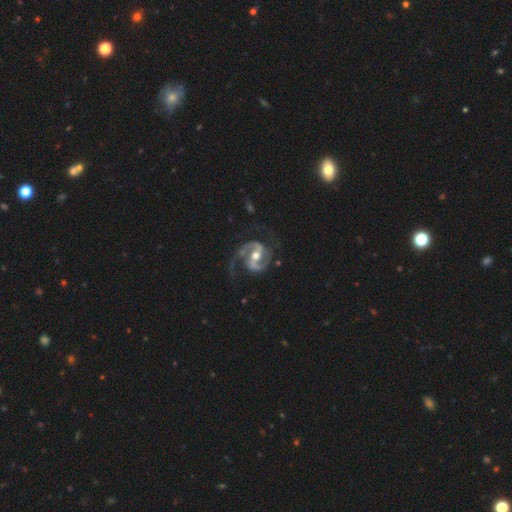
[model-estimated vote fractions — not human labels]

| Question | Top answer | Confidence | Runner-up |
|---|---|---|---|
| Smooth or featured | featured or disk | 93% | star or artifact (4%) |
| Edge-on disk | no | 98% | yes (2%) |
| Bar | strong | 45% | weak (37%) |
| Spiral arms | yes | 98% | no (2%) |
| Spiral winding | medium | 61% | loose (21%) |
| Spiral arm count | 2 | 93% | 1 (2%) |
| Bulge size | moderate | 75% | small (17%) |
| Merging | none | 70% | minor disturbance (17%) |